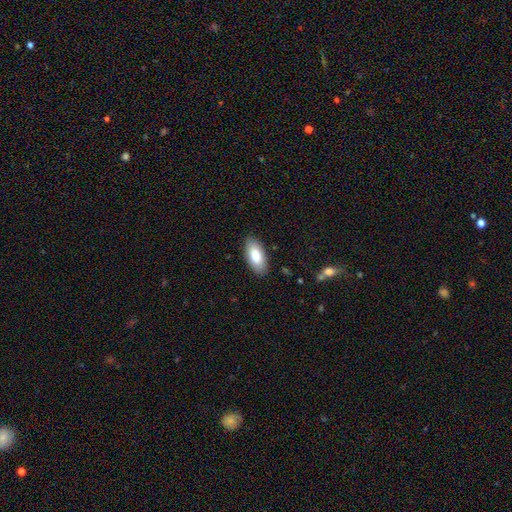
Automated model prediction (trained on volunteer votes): This is clearly a smooth galaxy (83%). How rounded: clearly in between (91%). Merging: clearly none (87%).